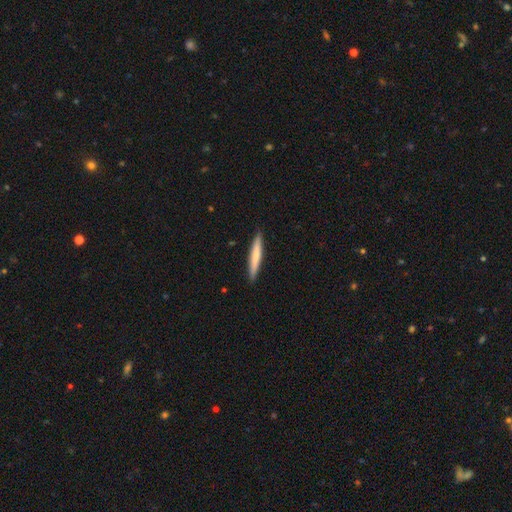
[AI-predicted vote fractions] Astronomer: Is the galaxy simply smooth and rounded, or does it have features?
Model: smooth — 66%.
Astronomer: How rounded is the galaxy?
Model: cigar-shaped — 95%.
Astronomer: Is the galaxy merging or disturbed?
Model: none — 91%.